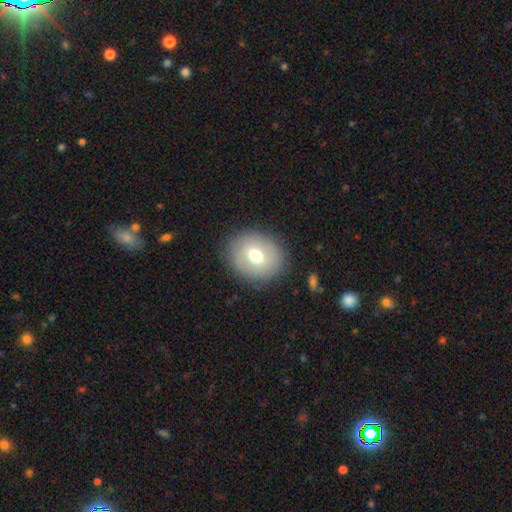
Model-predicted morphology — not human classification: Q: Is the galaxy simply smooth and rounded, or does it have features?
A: smooth — 68%.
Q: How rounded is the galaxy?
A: round — 62%.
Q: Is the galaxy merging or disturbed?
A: none — 85%.